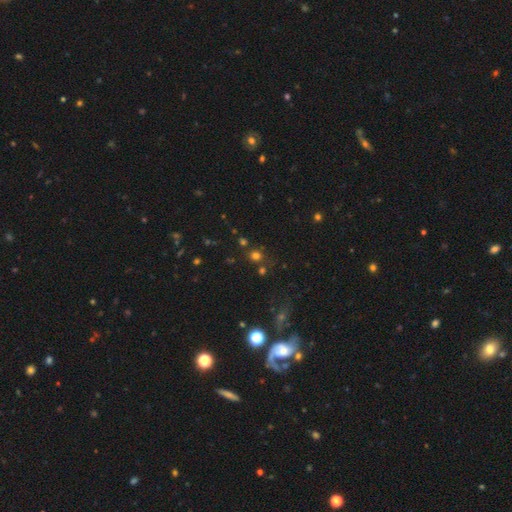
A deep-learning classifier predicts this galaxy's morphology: The model was most divided on "smooth or featured": smooth: 64%, star or artifact: 30%, featured or disk: 6%. More confident: how rounded — round (85%); merging — none (78%).